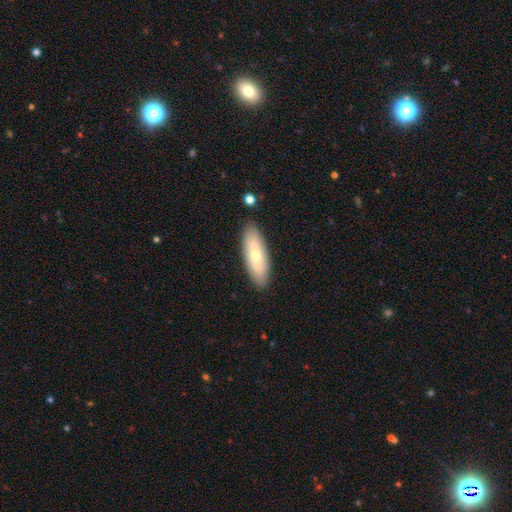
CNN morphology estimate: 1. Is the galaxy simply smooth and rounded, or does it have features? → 62% smooth, 32% featured or disk, 6% star or artifact.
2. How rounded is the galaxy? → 58% in between, 40% cigar-shaped, 2% round.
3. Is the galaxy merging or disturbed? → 88% none, 9% minor disturbance, 2% major disturbance, 2% merger.